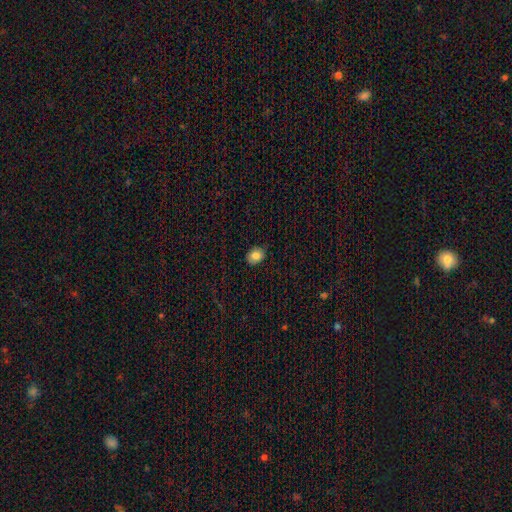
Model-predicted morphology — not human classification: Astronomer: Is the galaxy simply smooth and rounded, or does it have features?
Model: smooth — 83%.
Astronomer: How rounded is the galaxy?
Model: in between — 58% (runner-up: round, 41%).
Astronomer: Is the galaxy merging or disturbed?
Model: none — 86%.